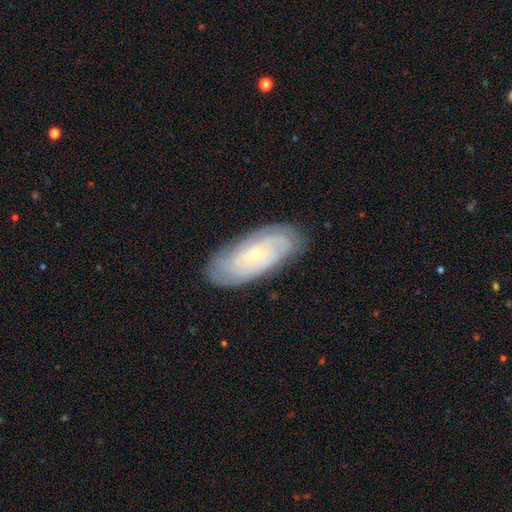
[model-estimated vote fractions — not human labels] smooth_or_featured: featured or disk (p=0.77) [alt: smooth p=0.16]
disk_edge_on: no (p=0.92) [alt: yes p=0.08]
bar: no (p=0.78) [alt: weak p=0.17]
has_spiral_arms: yes (p=0.93) [alt: no p=0.07]
spiral_winding: tight (p=0.78) [alt: medium p=0.18]
spiral_arm_count: can't tell (p=0.45) [alt: 2 p=0.17]
bulge_size: small (p=0.83) [alt: moderate p=0.14]
merging: none (p=0.82) [alt: minor disturbance p=0.14]